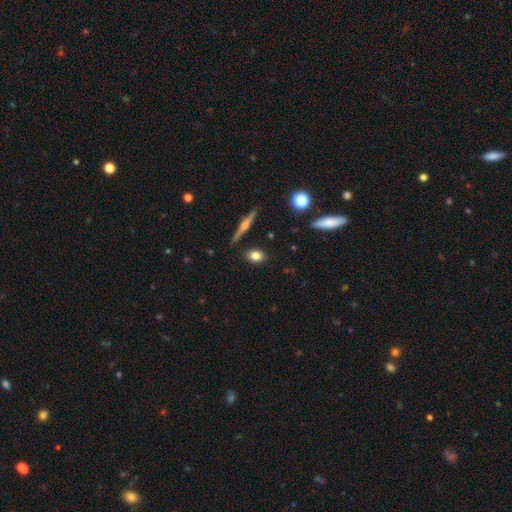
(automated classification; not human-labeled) smooth_or_featured: smooth (p=0.78) [alt: featured or disk p=0.13]
how_rounded: in between (p=0.65) [alt: round p=0.29]
merging: none (p=0.85) [alt: minor disturbance p=0.10]